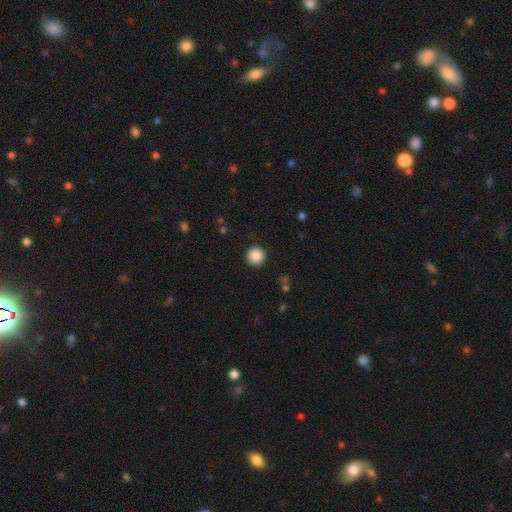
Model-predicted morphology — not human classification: Smooth or featured? Predicted: smooth (p=0.87). How rounded? Predicted: round (p=0.96). Merging? Predicted: none (p=0.91).